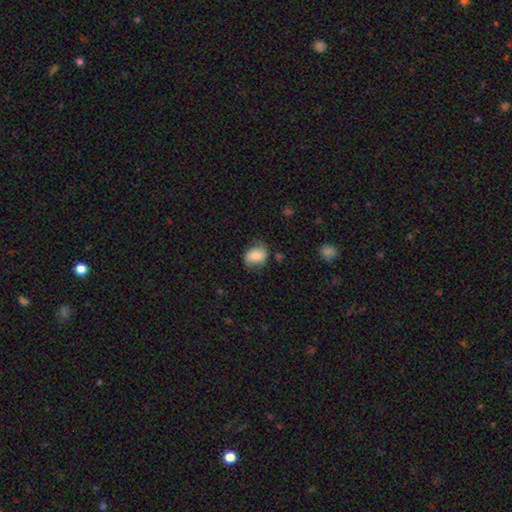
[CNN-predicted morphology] The model was most divided on "how rounded": in between: 63%, round: 36%, cigar-shaped: 1%. More confident: smooth or featured — smooth (70%); merging — none (65%).